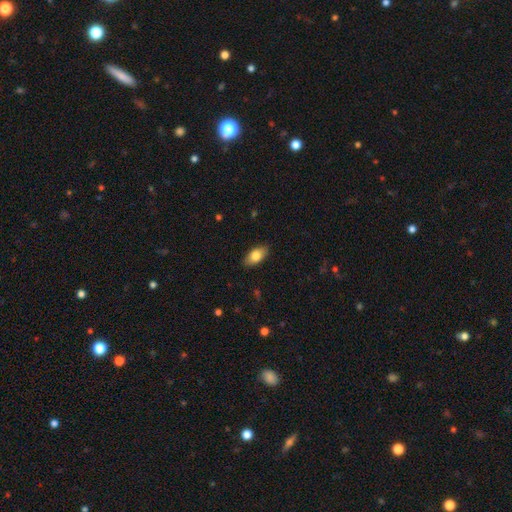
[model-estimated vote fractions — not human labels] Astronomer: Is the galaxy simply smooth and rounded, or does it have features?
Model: smooth — 80%.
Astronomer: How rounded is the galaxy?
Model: in between — 90%.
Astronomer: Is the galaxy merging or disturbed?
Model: none — 87%.